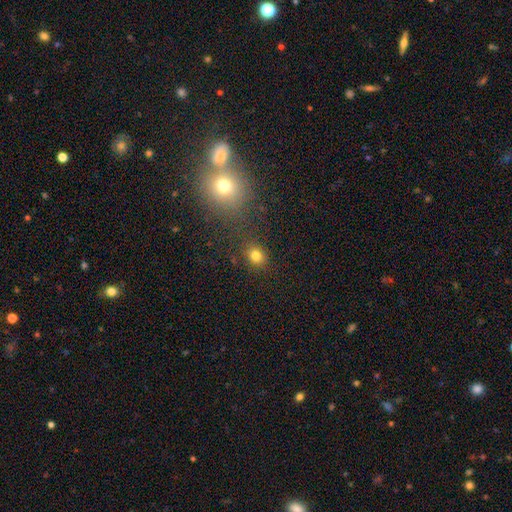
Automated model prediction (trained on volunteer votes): The model was most divided on "how rounded": round: 59%, in between: 40%, cigar-shaped: 1%. More confident: merging — none (80%); smooth or featured — smooth (79%).